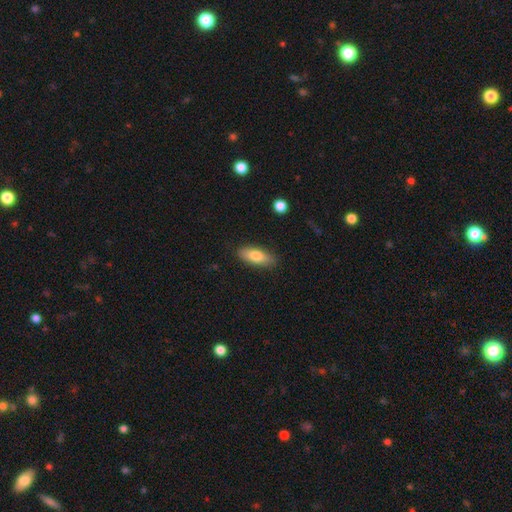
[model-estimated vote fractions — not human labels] Q: Smooth or featured?
A: smooth (77%); runner-up: featured or disk (16%)
Q: How rounded?
A: in between (73%); runner-up: cigar-shaped (24%)
Q: Merging?
A: none (86%); runner-up: minor disturbance (10%)